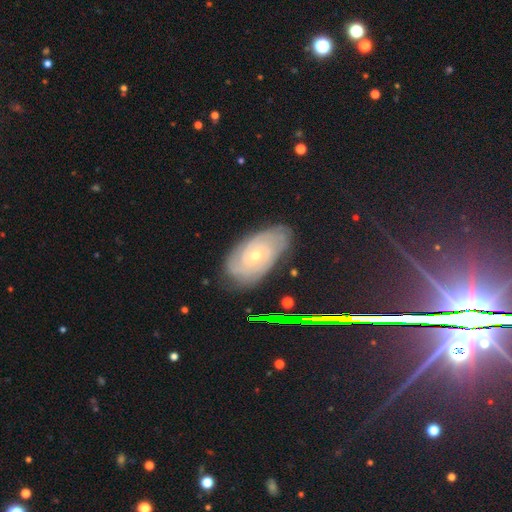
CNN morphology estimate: smooth_or_featured: featured or disk (p=0.79) [alt: smooth p=0.12]
disk_edge_on: no (p=0.95) [alt: yes p=0.05]
bar: no (p=0.73) [alt: weak p=0.22]
has_spiral_arms: yes (p=0.95) [alt: no p=0.05]
spiral_winding: tight (p=0.79) [alt: medium p=0.17]
spiral_arm_count: can't tell (p=0.39) [alt: 2 p=0.22]
bulge_size: small (p=0.59) [alt: moderate p=0.39]
merging: none (p=0.77) [alt: minor disturbance p=0.18]